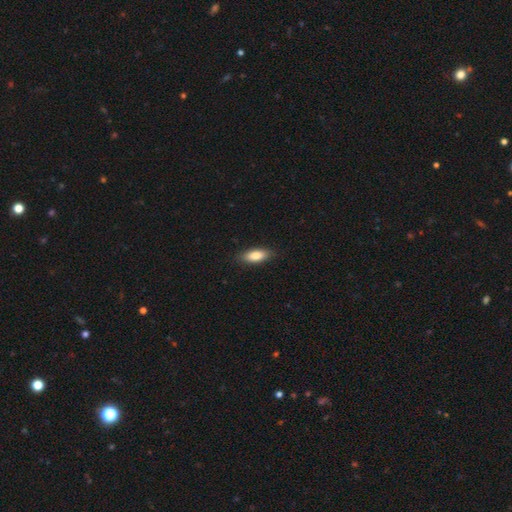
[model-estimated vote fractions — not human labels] Smooth or featured: smooth — 81% (featured or disk — 12%)
How rounded: in between — 75% (cigar-shaped — 23%)
Merging: none — 87% (minor disturbance — 10%)